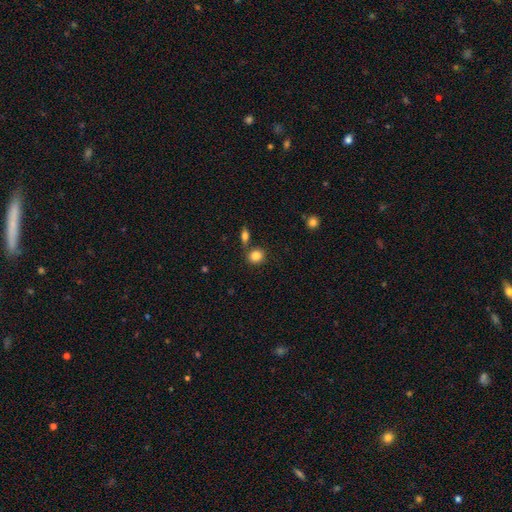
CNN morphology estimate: smooth 85%, star or artifact 9%, featured or disk 6%. Down the decision tree: how rounded — round (75%); merging — none (73%).